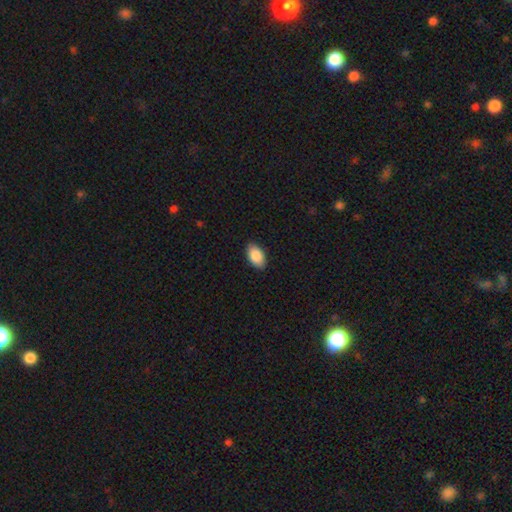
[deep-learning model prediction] smooth-or-featured: smooth: 89% | star or artifact: 6% | featured or disk: 5%
  how-rounded: in between: 94% | round: 5% | cigar-shaped: 2%
  merging: none: 88% | minor disturbance: 9% | major disturbance: 2% | merger: 1%